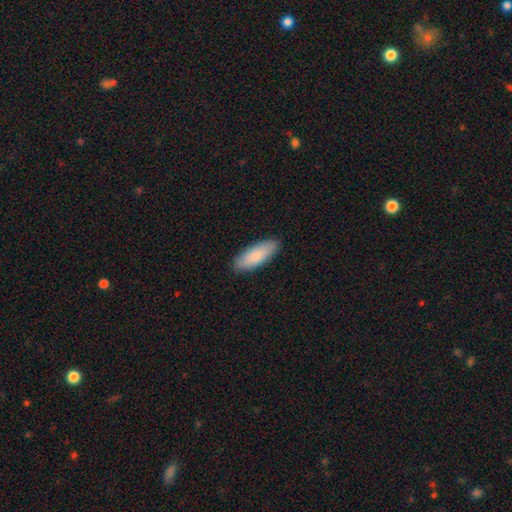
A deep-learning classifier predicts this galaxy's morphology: smooth 86%, featured or disk 9%, star or artifact 5%. Down the decision tree: how rounded — in between (66%); merging — none (90%).